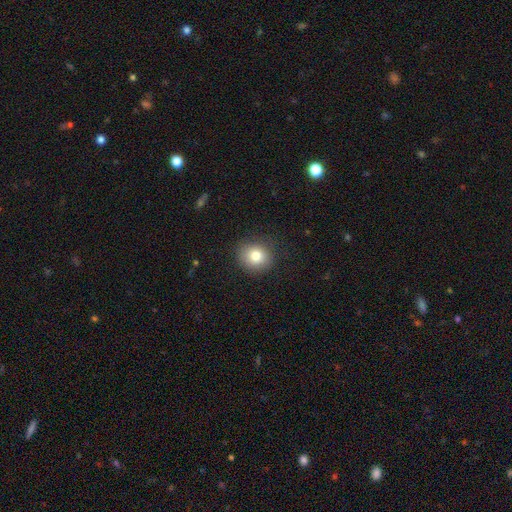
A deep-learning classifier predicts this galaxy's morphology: Smooth or featured: smooth — 81% (star or artifact — 10%)
How rounded: round — 80% (in between — 19%)
Merging: none — 86% (minor disturbance — 10%)